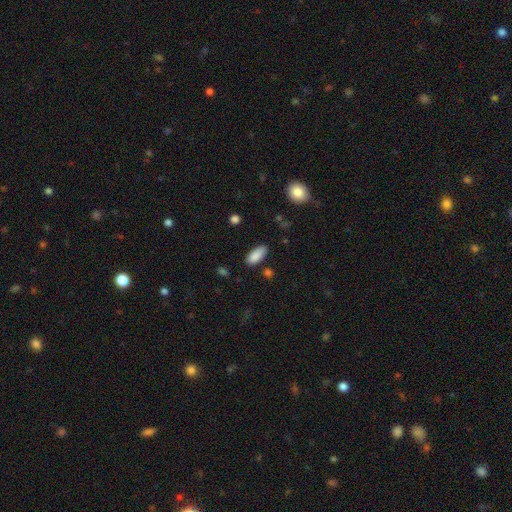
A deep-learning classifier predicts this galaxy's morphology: Q: Smooth or featured?
A: smooth (88%); runner-up: star or artifact (7%)
Q: How rounded?
A: in between (86%); runner-up: cigar-shaped (12%)
Q: Merging?
A: none (81%); runner-up: minor disturbance (13%)